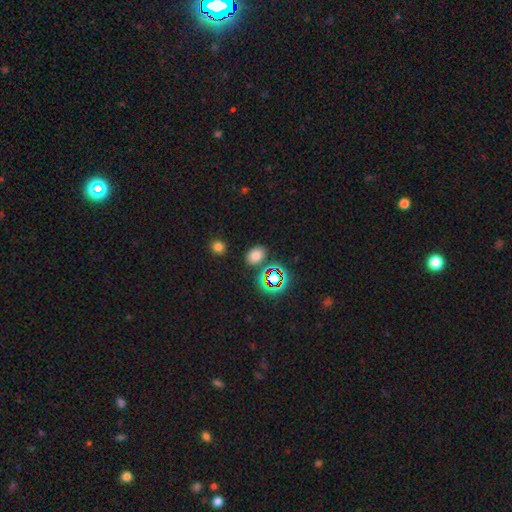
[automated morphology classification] Overall: smooth (70%). How rounded: in between (72%). Merging: none (81%).